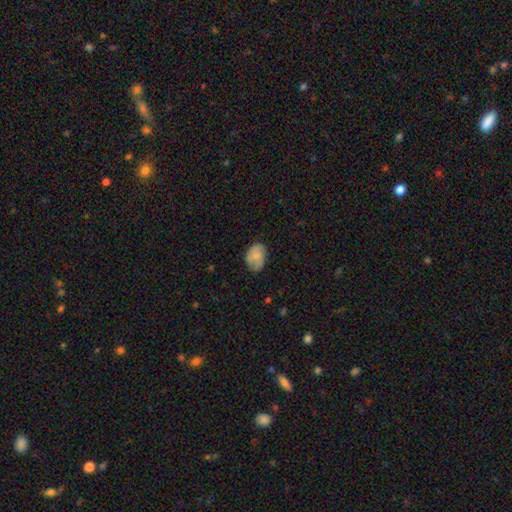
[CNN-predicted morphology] type=smooth (76%); roundness=in between (78%); merging=none (66%).